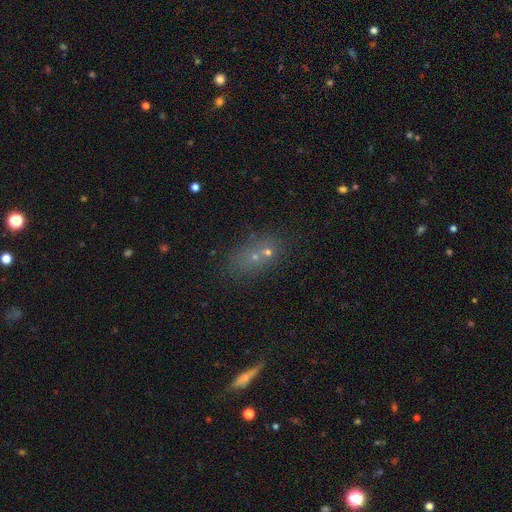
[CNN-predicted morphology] type=smooth (50%); merging=none (55%).